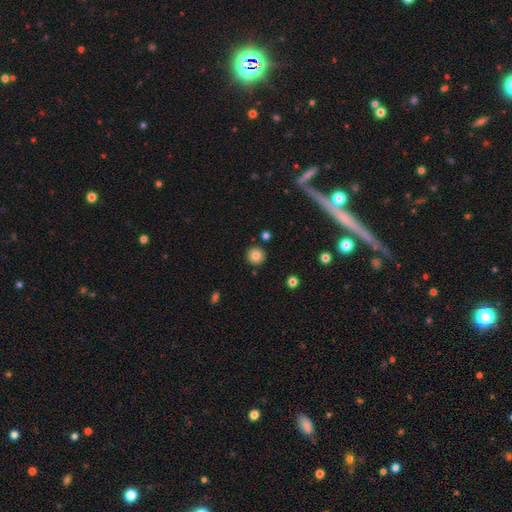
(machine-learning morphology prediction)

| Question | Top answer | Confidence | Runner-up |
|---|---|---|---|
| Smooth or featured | smooth | 82% | star or artifact (10%) |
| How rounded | round | 95% | in between (4%) |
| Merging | none | 90% | minor disturbance (6%) |